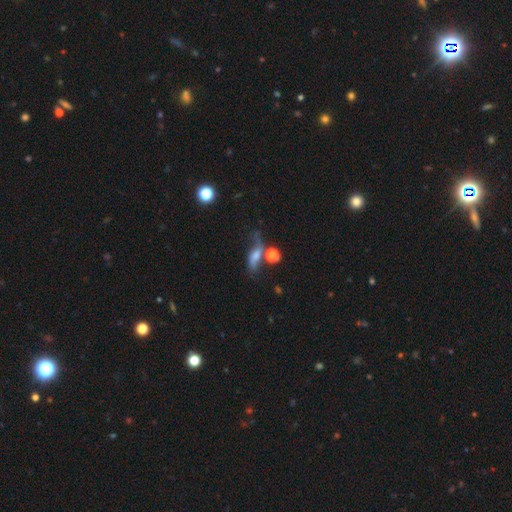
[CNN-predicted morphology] Smooth or featured: featured or disk — 45% (smooth — 40%)
Merging: none — 40% (minor disturbance — 22%)